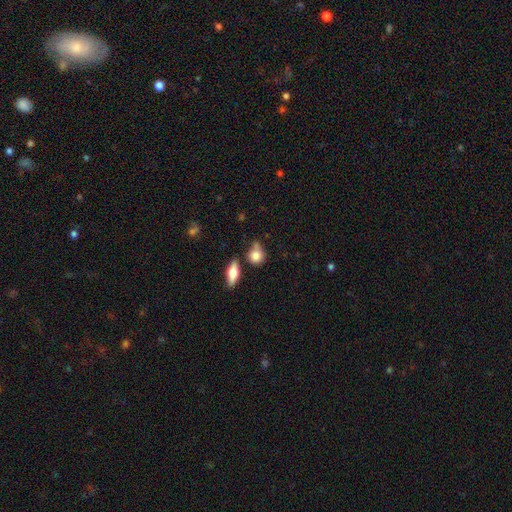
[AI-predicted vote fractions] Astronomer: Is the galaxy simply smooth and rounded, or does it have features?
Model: smooth — 81%.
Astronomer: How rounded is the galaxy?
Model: round — 66%.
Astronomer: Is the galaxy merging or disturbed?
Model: none — 56%.